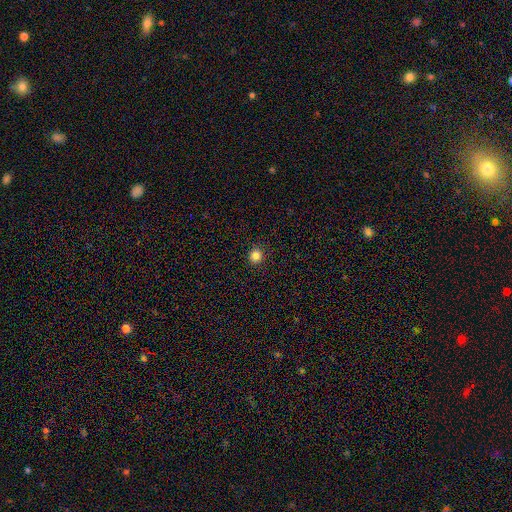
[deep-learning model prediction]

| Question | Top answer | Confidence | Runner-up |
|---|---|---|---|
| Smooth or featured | smooth | 84% | star or artifact (12%) |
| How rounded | round | 91% | in between (8%) |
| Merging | none | 92% | minor disturbance (5%) |